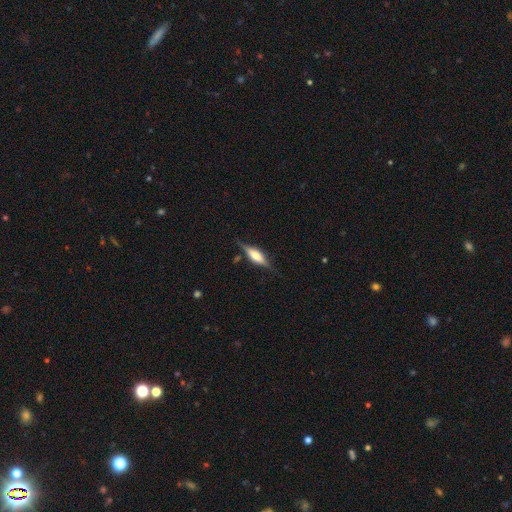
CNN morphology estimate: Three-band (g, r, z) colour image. It shows a featured or disk galaxy (63%) viewed edge-on (95%) with a rounded central bulge (70%). Merging: none (79%).